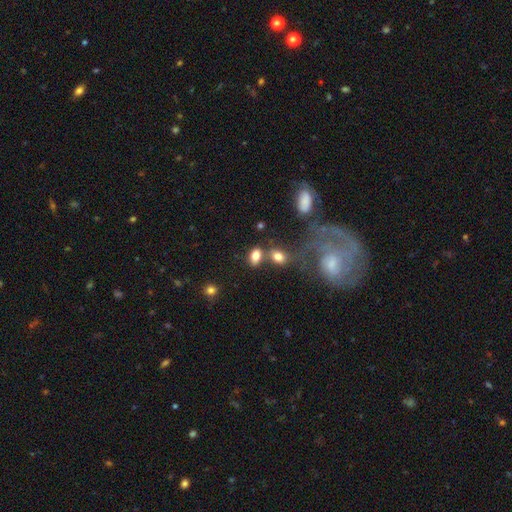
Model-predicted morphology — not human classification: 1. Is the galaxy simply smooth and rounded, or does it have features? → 80% smooth, 10% star or artifact, 9% featured or disk.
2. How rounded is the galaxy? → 85% in between, 13% round, 2% cigar-shaped.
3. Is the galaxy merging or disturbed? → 55% none, 27% merger, 13% minor disturbance, 5% major disturbance.